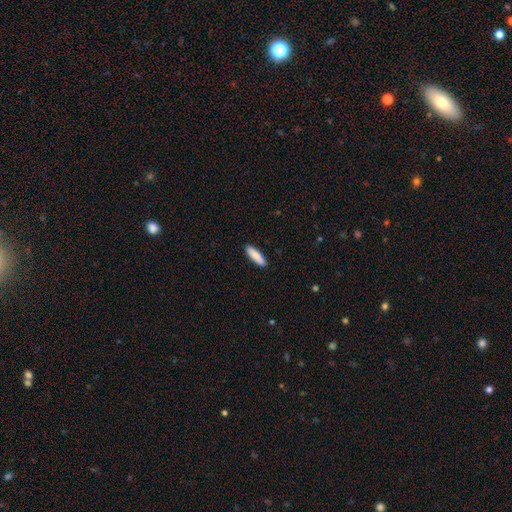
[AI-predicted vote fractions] The model was most divided on "how rounded": cigar-shaped: 57%, in between: 41%, round: 2%. More confident: merging — none (90%); smooth or featured — smooth (85%).